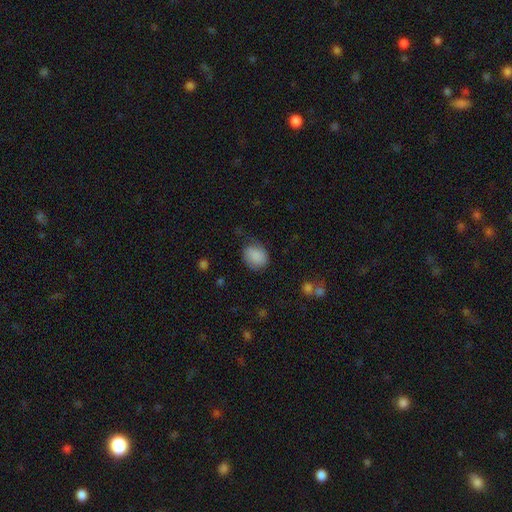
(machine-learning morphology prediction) smooth-or-featured: smooth: 80% | featured or disk: 12% | star or artifact: 7%
  how-rounded: in between: 52% | round: 47% | cigar-shaped: 1%
  merging: none: 59% | minor disturbance: 27% | major disturbance: 12% | merger: 2%